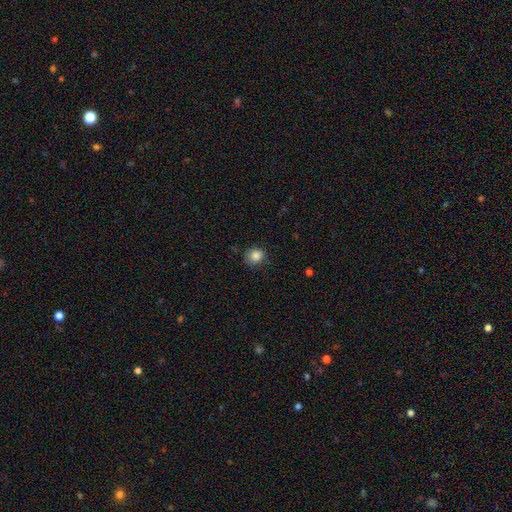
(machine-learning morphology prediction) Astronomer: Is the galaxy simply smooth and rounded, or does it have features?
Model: smooth — 85%.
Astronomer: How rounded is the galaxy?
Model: round — 81%.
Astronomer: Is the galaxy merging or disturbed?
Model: none — 80%.